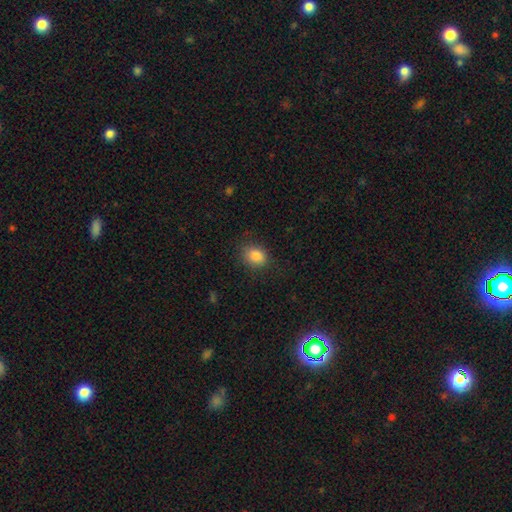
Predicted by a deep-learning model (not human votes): Q: Smooth or featured?
A: smooth (85%); runner-up: star or artifact (9%)
Q: How rounded?
A: in between (53%); runner-up: round (46%)
Q: Merging?
A: none (82%); runner-up: minor disturbance (13%)